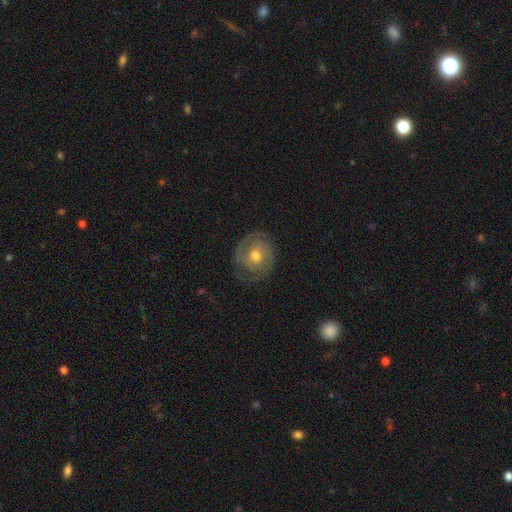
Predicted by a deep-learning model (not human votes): A featured or disk galaxy (81%) with no bar (63%), 2 (73%) tight (61%) spiral arms (94%) and a moderate central bulge (73%).

Vote fractions:
- Smooth or featured? featured or disk: 81% / smooth: 13% / star or artifact: 6%
- Edge-on disk? no: 97% / yes: 3%
- Bar? no: 63% / weak: 30% / strong: 7%
- Spiral arms? yes: 94% / no: 6%
- Spiral winding? tight: 61% / medium: 32% / loose: 7%
- Spiral arm count? 2: 73% / can't tell: 11% / 3: 8% / 1: 4% / 4: 2% / more than 4: 2%
- Bulge size? moderate: 73% / small: 21% / large: 4% / none: 1% / dominant: 1%
- Merging? none: 77% / minor disturbance: 15% / major disturbance: 6% / merger: 1%